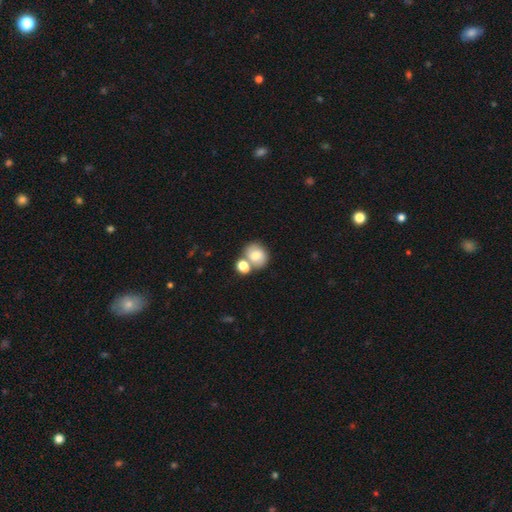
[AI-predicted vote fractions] Overall: smooth (73%). How rounded: round (66%; in between 33%). Merging: none (46%; merger 39%).